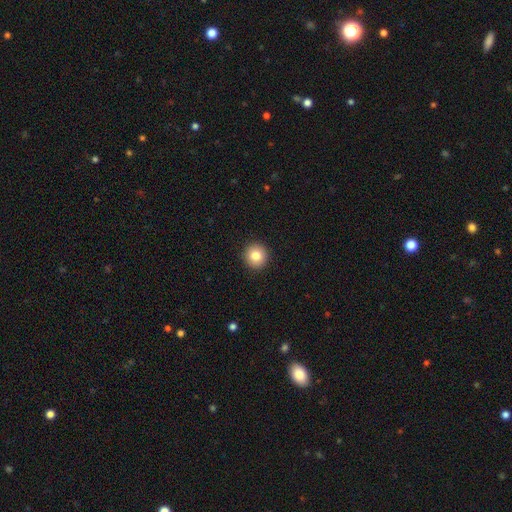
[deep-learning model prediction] The model was most divided on "smooth or featured": smooth: 81%, star or artifact: 10%, featured or disk: 9%. More confident: how rounded — round (94%); merging — none (93%).